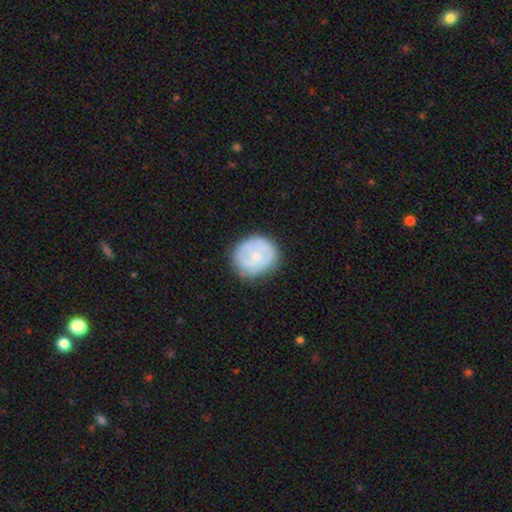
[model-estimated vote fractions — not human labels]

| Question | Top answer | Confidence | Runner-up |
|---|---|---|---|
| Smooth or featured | featured or disk | 48% | smooth (46%) |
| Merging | none | 77% | minor disturbance (17%) |